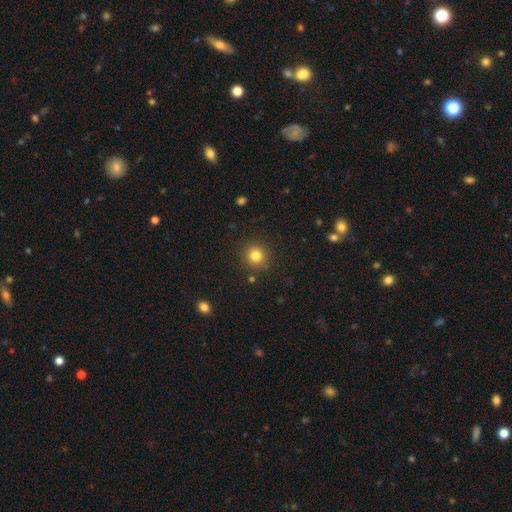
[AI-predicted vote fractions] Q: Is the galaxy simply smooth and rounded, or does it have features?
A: smooth — 82%.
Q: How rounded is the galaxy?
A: round — 91%.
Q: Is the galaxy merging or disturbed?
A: none — 89%.